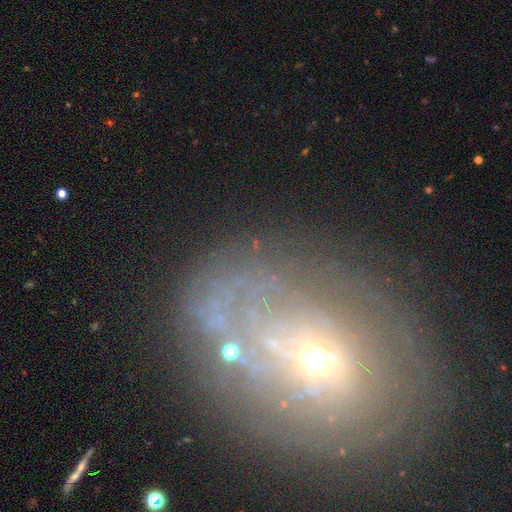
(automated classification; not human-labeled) smooth_or_featured: featured or disk (p=0.55) [alt: smooth p=0.27]
disk_edge_on: no (p=0.94) [alt: yes p=0.06]
bar: no (p=0.73) [alt: weak p=0.19]
has_spiral_arms: no (p=0.57) [alt: yes p=0.43]
bulge_size: small (p=0.51) [alt: moderate p=0.41]
merging: none (p=0.62) [alt: minor disturbance p=0.19]